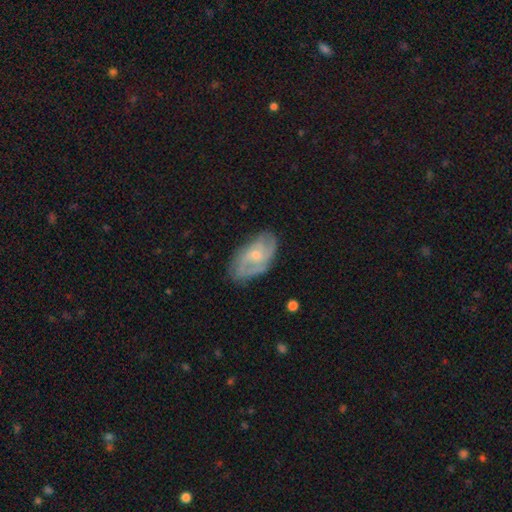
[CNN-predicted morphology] A featured or disk galaxy (73%) with no bar (66%), 2 (36%) medium (44%) spiral arms (89%) and a small central bulge (63%). Merging: none (69%).